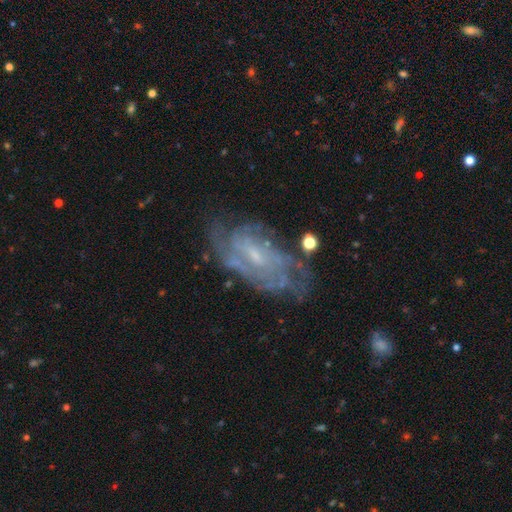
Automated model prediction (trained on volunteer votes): A featured or disk galaxy (83%) with a weak bar (48%), tight (60%) spiral arms (91%) and a small central bulge (67%). Merging: none (65%).